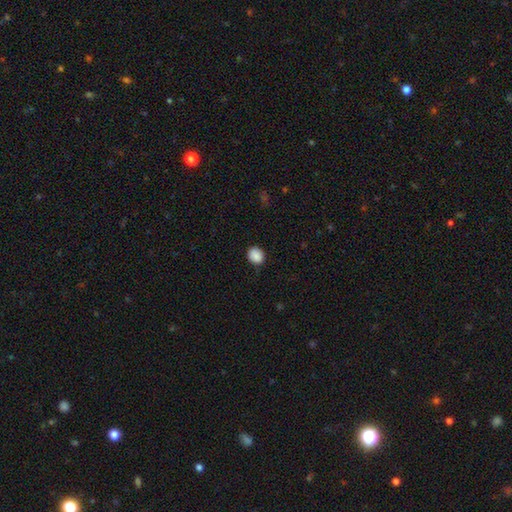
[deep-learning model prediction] The model was most divided on "how rounded": round: 68%, in between: 31%, cigar-shaped: 1%. More confident: smooth or featured — smooth (88%); merging — none (82%).